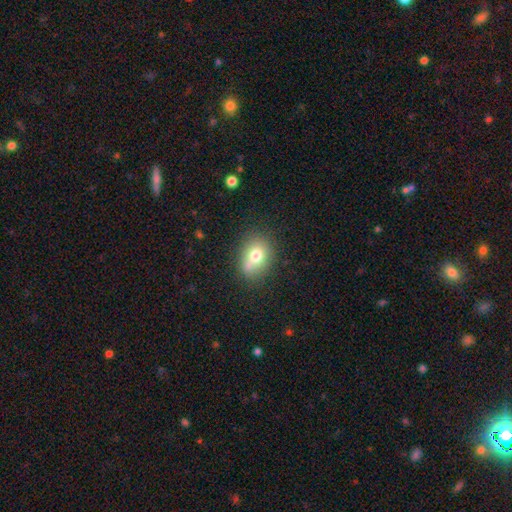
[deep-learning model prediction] The model was most divided on "how rounded": in between: 55%, round: 44%, cigar-shaped: 1%. More confident: smooth or featured — smooth (72%); merging — none (62%).